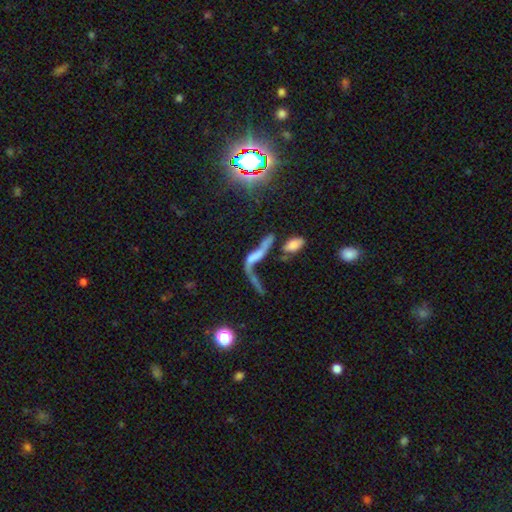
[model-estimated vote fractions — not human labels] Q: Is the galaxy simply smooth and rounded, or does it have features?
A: featured or disk — 59%.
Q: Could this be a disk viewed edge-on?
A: no — 83%.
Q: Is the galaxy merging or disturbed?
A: merger — 39%.